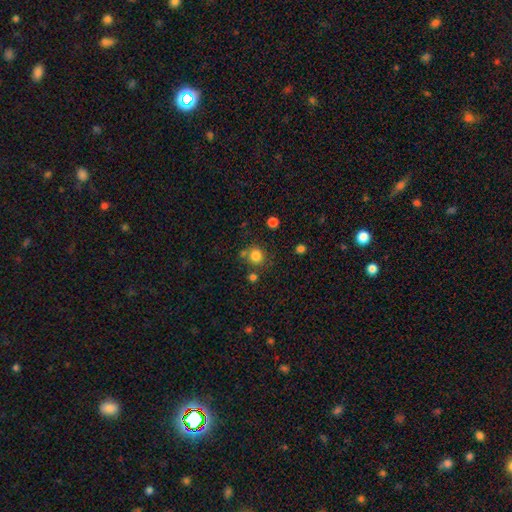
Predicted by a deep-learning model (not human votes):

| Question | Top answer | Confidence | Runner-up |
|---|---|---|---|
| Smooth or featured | smooth | 81% | star or artifact (13%) |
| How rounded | round | 89% | in between (10%) |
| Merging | none | 73% | merger (13%) |